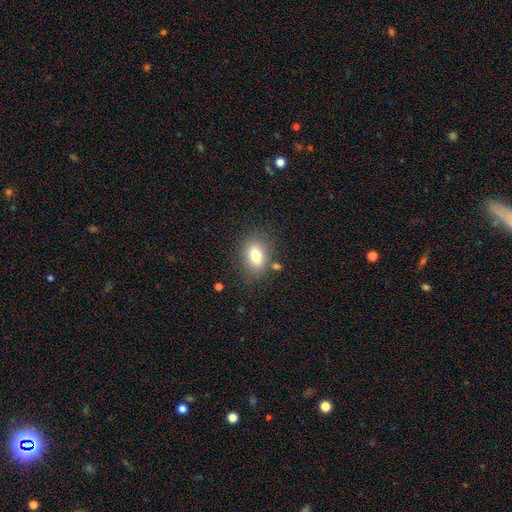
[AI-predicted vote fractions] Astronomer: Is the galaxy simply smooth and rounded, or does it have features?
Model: smooth — 76%.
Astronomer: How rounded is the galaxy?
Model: in between — 78%.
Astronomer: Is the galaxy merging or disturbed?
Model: none — 76%.